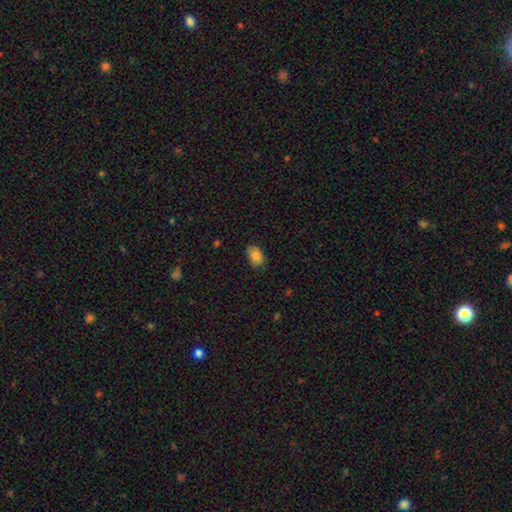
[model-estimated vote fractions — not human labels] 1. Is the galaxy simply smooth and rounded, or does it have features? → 82% smooth, 9% featured or disk, 8% star or artifact.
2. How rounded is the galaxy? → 82% in between, 17% round, 1% cigar-shaped.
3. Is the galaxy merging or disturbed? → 76% none, 20% minor disturbance, 3% major disturbance, 1% merger.